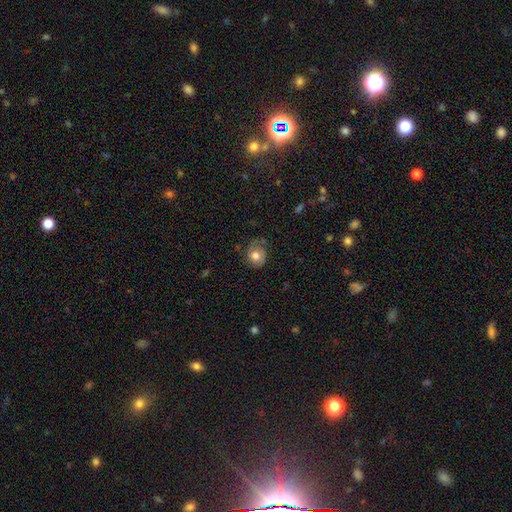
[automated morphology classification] Smooth or featured? smooth (74%)
How rounded? round (74%)
Merging? none (65%)